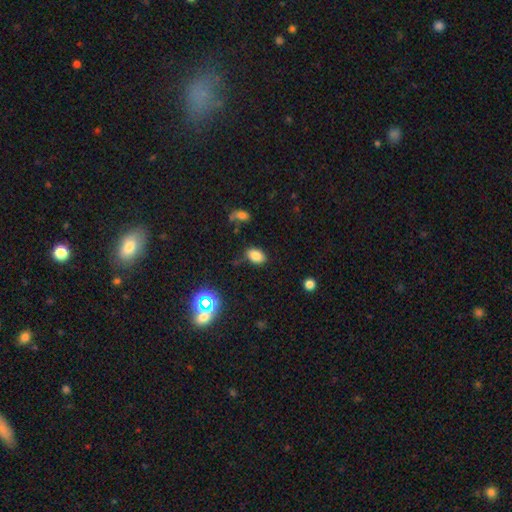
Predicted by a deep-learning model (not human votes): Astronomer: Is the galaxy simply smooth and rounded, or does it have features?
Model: smooth — 79%.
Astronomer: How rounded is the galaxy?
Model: in between — 86%.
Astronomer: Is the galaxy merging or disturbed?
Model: none — 77%.